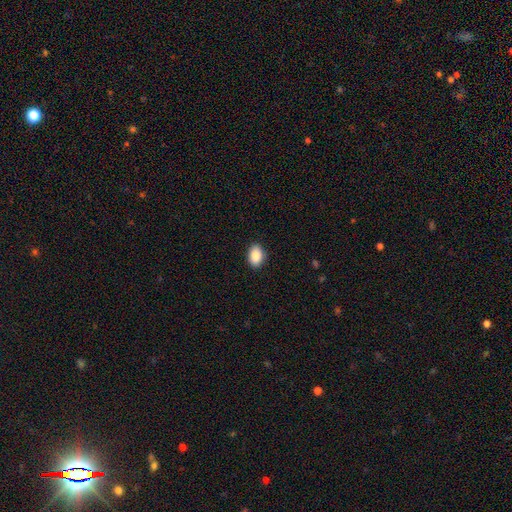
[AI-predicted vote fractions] Smooth or featured: smooth — 88% (star or artifact — 7%)
How rounded: in between — 86% (round — 13%)
Merging: none — 89% (minor disturbance — 8%)